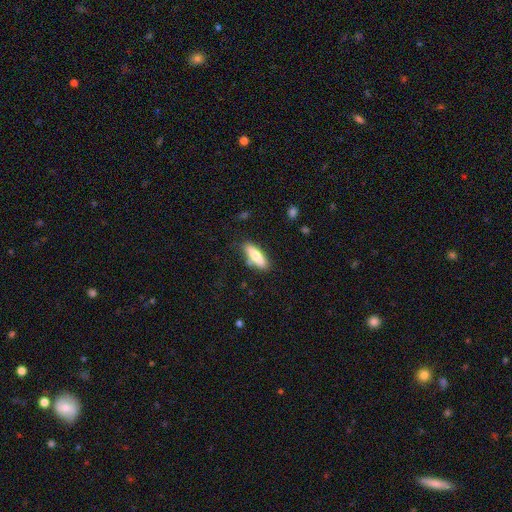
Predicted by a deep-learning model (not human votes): Morphology: type=smooth (71%); roundness=in between (50%); merging=none (81%).